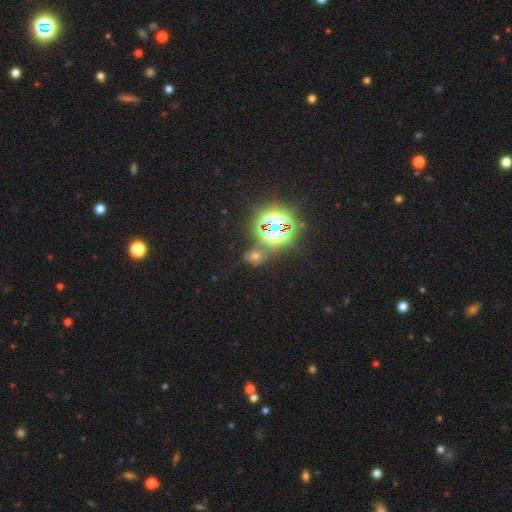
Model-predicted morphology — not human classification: Smooth or featured: star or artifact — 60% (smooth — 29%)